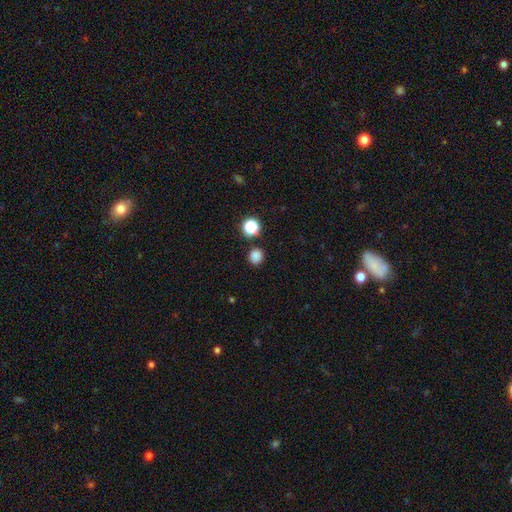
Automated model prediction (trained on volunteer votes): Q: Smooth or featured?
A: smooth (82%); runner-up: star or artifact (14%)
Q: How rounded?
A: round (90%); runner-up: in between (9%)
Q: Merging?
A: none (87%); runner-up: minor disturbance (7%)